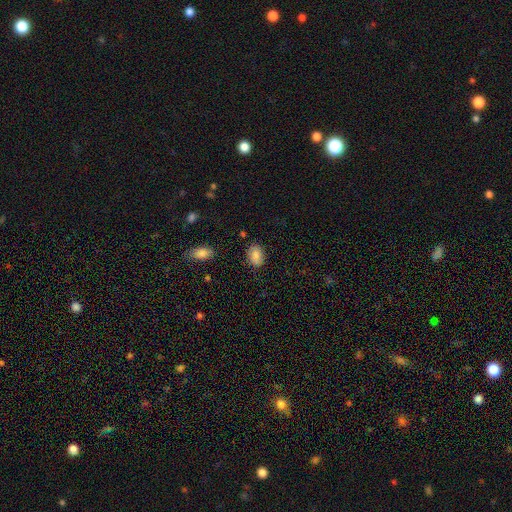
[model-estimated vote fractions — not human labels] This is clearly a smooth galaxy (84%). How rounded: likely in between (79%). Merging: clearly none (82%).